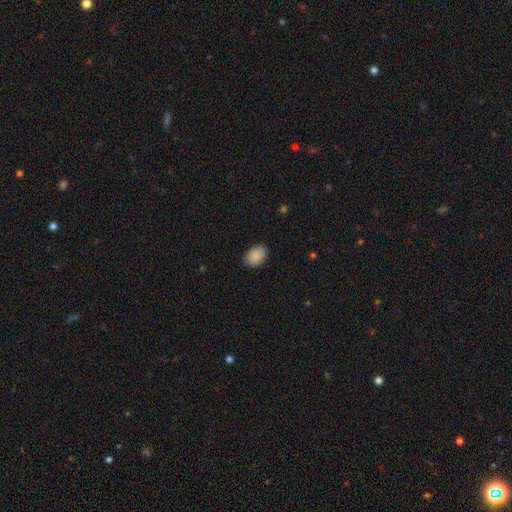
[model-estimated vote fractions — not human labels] smooth-or-featured: smooth: 89% | star or artifact: 8% | featured or disk: 4%
  how-rounded: in between: 83% | round: 16% | cigar-shaped: 1%
  merging: none: 83% | minor disturbance: 13% | major disturbance: 3% | merger: 1%